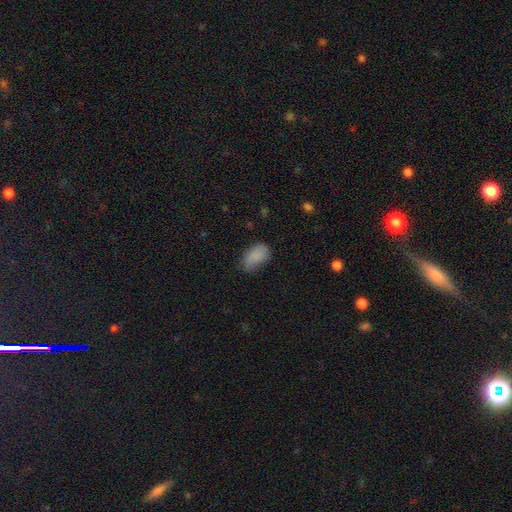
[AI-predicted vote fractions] Smooth or featured? Predicted: smooth (p=0.83). How rounded? Predicted: in between (p=0.92). Merging? Predicted: none (p=0.51).